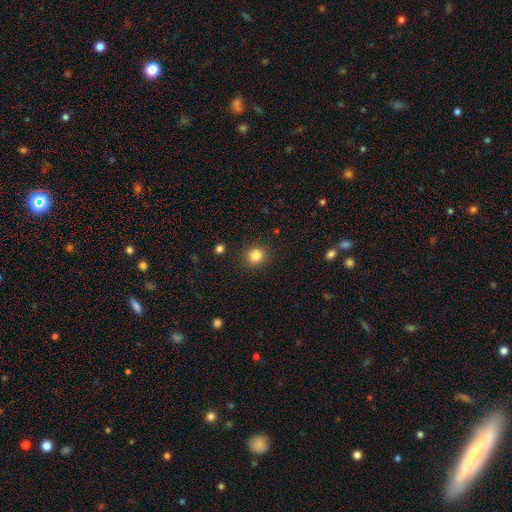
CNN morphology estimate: Smooth or featured: smooth — 84% (star or artifact — 11%)
How rounded: round — 85% (in between — 14%)
Merging: none — 90% (minor disturbance — 6%)